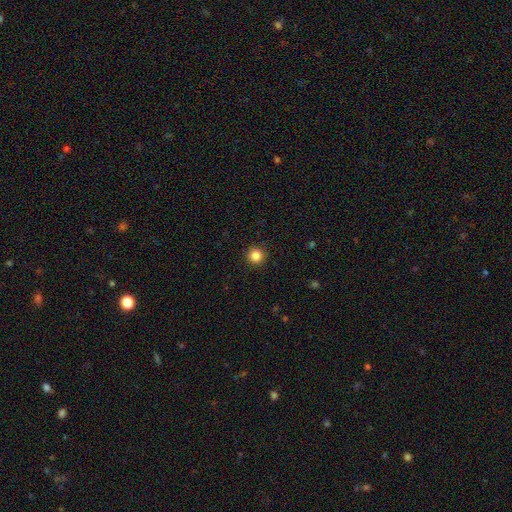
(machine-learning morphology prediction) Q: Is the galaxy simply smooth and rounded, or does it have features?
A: smooth — 84%.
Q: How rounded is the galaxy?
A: round — 96%.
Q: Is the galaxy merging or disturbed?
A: none — 93%.